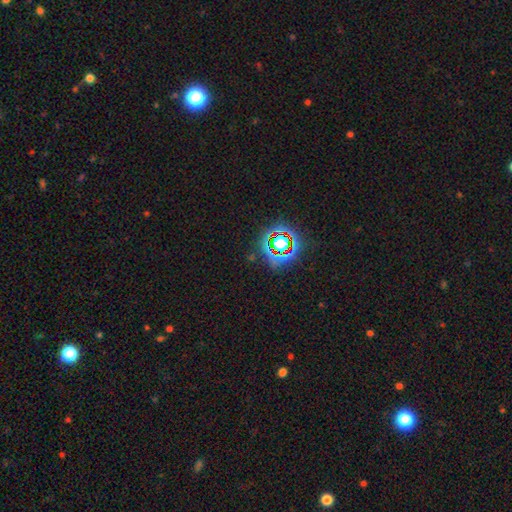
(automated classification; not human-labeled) Smooth or featured? Predicted: star or artifact (p=0.78).